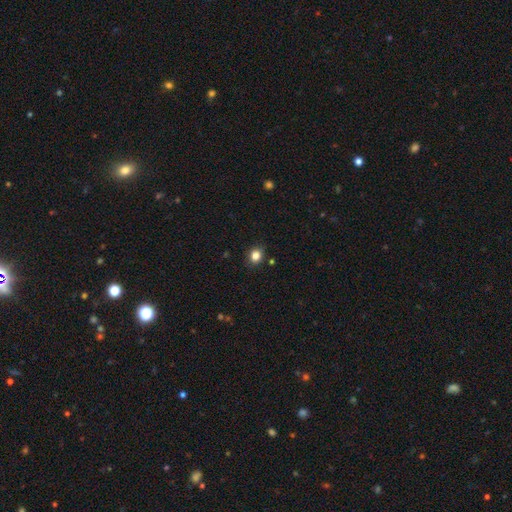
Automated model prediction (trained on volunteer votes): smooth-or-featured: smooth: 84% | star or artifact: 11% | featured or disk: 5%
  how-rounded: round: 62% | in between: 37% | cigar-shaped: 1%
  merging: none: 86% | minor disturbance: 10% | major disturbance: 2% | merger: 2%